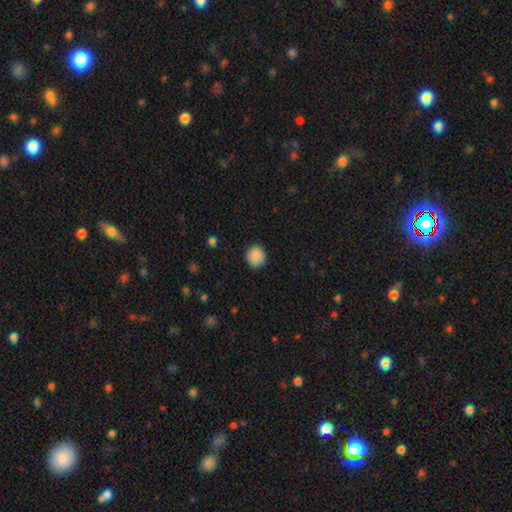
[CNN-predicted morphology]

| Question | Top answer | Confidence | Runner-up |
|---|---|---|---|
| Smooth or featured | smooth | 88% | star or artifact (8%) |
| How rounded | round | 83% | in between (16%) |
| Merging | none | 84% | minor disturbance (13%) |